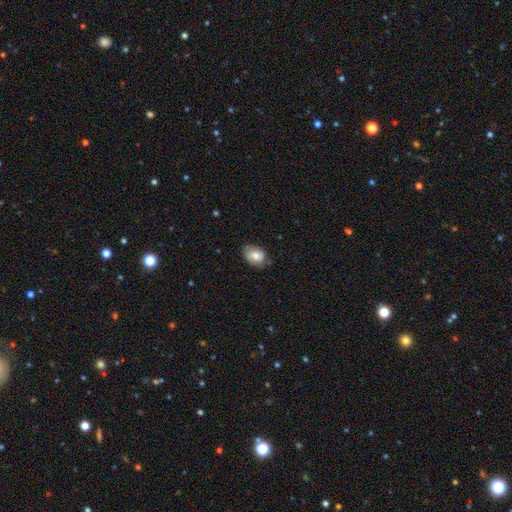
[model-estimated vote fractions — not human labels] Morphology: type=smooth (71%); roundness=in between (76%); merging=none (68%).